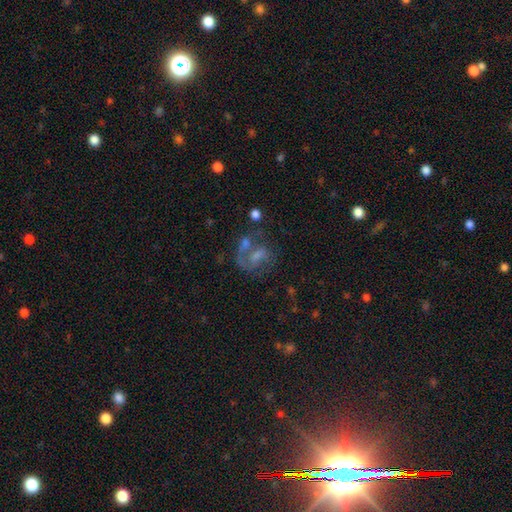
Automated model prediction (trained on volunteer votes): smooth-or-featured: featured or disk: 61% | smooth: 24% | star or artifact: 15%
  disk-edge-on: no: 97% | yes: 3%
    bar: no: 48% | weak: 40% | strong: 12%
    has-spiral-arms: yes: 71% | no: 29%
    bulge-size: small: 35% | moderate: 32% | none: 25% | large: 6% | dominant: 2%
  merging: none: 39% | merger: 22% | major disturbance: 22% | minor disturbance: 17%